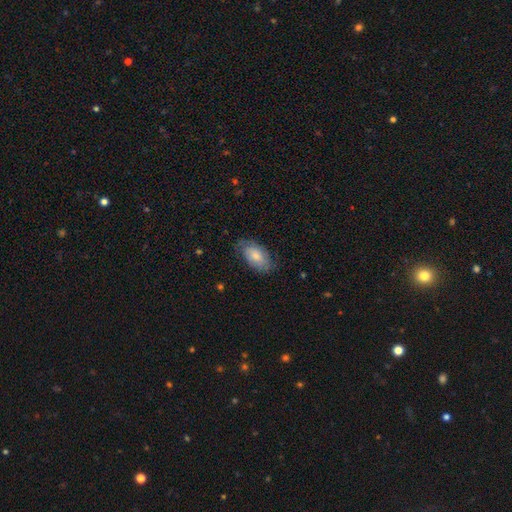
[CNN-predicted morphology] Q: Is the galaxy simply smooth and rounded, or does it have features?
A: smooth — 66%.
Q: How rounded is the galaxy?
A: in between — 93%.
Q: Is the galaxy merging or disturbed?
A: none — 67%.